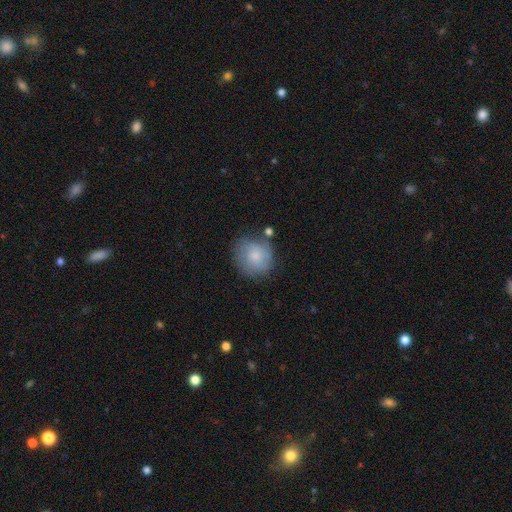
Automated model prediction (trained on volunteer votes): A smooth galaxy with no disk features (69%) that is round (87%).

Vote fractions:
- Smooth or featured? smooth: 69% / featured or disk: 23% / star or artifact: 8%
- How rounded? round: 87% / in between: 12% / cigar-shaped: 1%
- Merging? none: 66% / minor disturbance: 21% / major disturbance: 7% / merger: 5%